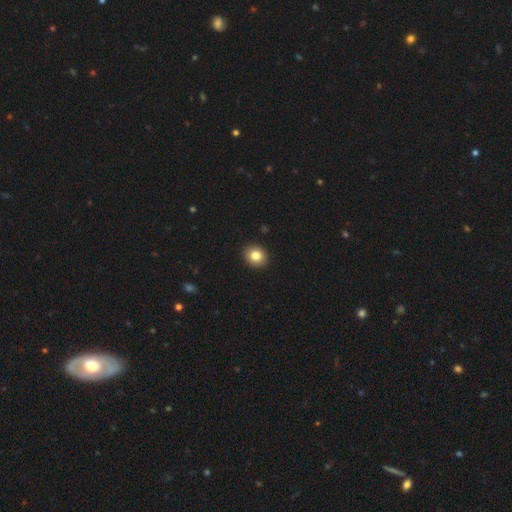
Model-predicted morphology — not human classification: Q: Smooth or featured?
A: smooth (83%); runner-up: star or artifact (10%)
Q: How rounded?
A: round (68%); runner-up: in between (31%)
Q: Merging?
A: none (92%); runner-up: minor disturbance (6%)